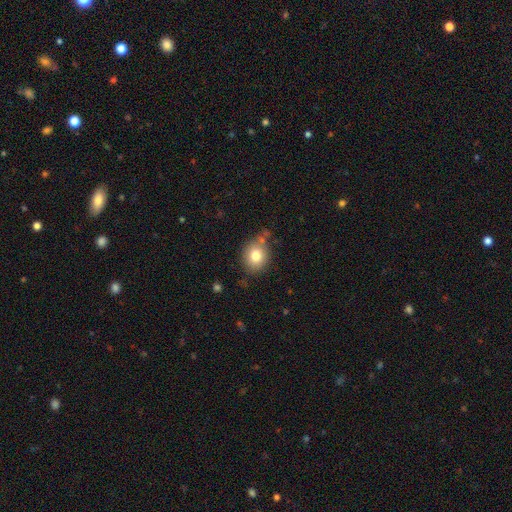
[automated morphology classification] smooth_or_featured: smooth (p=0.80) [alt: featured or disk p=0.10]
how_rounded: round (p=0.66) [alt: in between p=0.33]
merging: none (p=0.73) [alt: minor disturbance p=0.17]